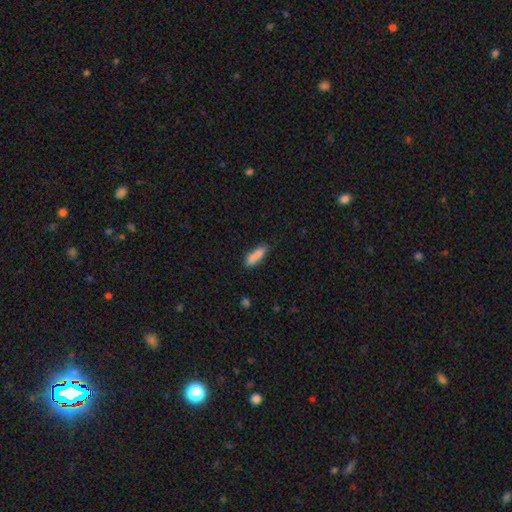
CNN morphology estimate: Smooth or featured? smooth (84%)
How rounded? cigar-shaped (58%)
Merging? none (71%)